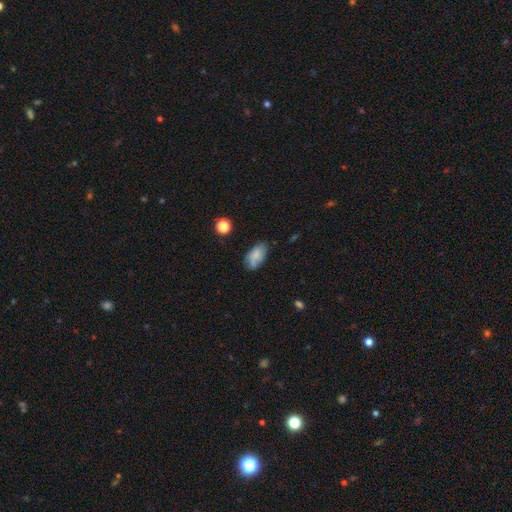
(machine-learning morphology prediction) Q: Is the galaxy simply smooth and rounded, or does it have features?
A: smooth — 71%.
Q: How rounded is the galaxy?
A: in between — 92%.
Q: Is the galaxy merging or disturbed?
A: none — 59%.